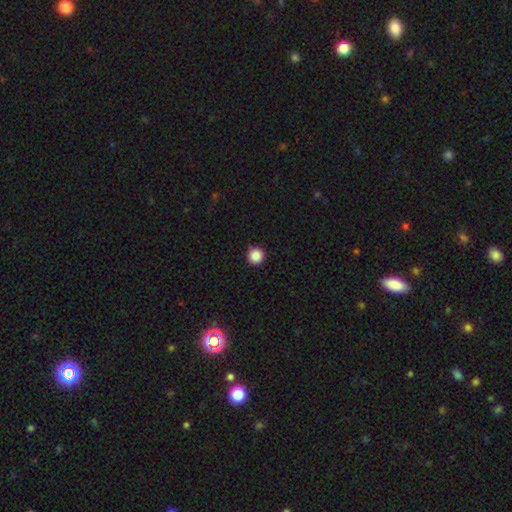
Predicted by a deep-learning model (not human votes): Smooth or featured? smooth (88%)
How rounded? round (96%)
Merging? none (92%)